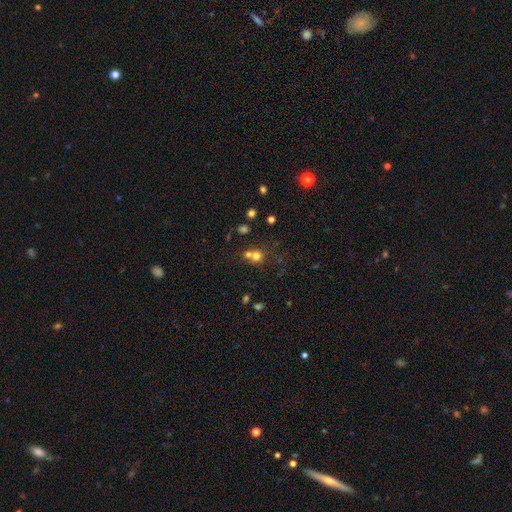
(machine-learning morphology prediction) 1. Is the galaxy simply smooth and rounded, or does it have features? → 68% smooth, 21% star or artifact, 12% featured or disk.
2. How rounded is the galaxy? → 85% round, 14% in between, 1% cigar-shaped.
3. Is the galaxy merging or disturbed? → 46% none, 44% merger, 7% minor disturbance, 3% major disturbance.